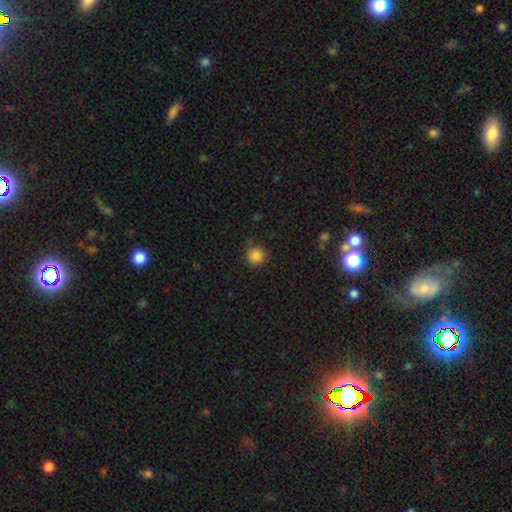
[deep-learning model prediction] Smooth or featured?
  - smooth: 86% *
  - star or artifact: 11%
  - featured or disk: 4%
How rounded?
  - round: 93% *
  - in between: 6%
  - cigar-shaped: 1%
Merging?
  - none: 82% *
  - minor disturbance: 12%
  - major disturbance: 3%
  - merger: 3%